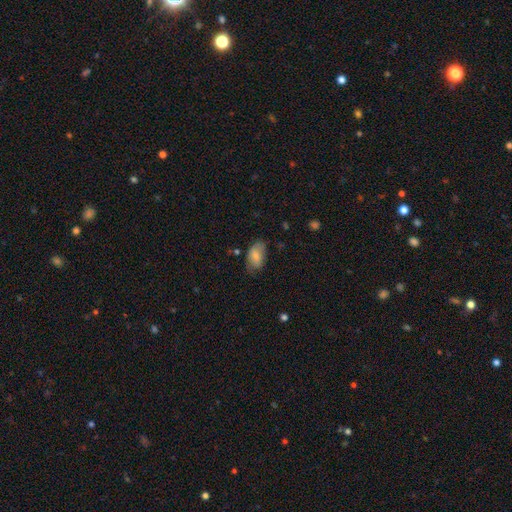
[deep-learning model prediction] smooth 78%, featured or disk 15%, star or artifact 7%. Down the decision tree: how rounded — in between (92%); merging — none (58%).